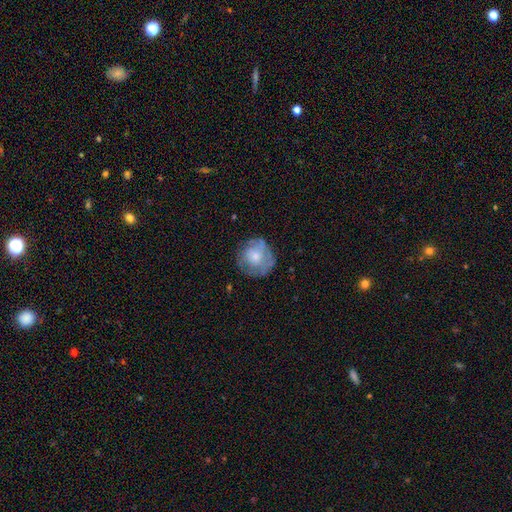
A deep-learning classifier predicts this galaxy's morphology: This appears to be a smooth galaxy with no disk features (52%) that is round (89%). Merging: none (69%).